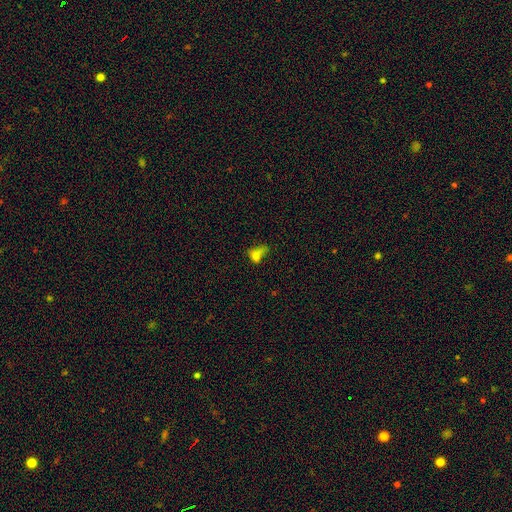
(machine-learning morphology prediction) smooth 64%, star or artifact 19%, featured or disk 17%. Down the decision tree: how rounded — in between (68%); merging — major disturbance (37%).